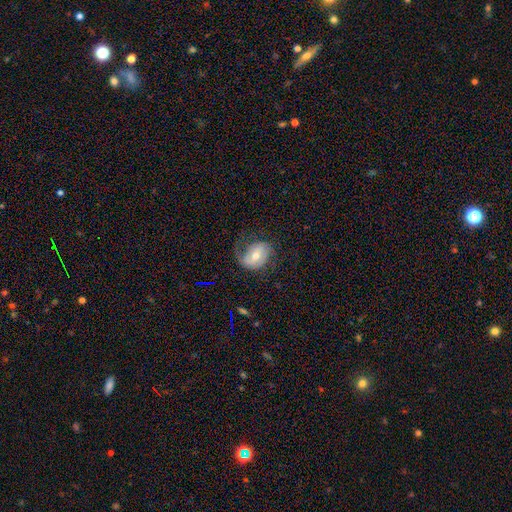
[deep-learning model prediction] Smooth or featured: featured or disk — 63% (smooth — 29%)
Edge-on disk: no — 96% (yes — 4%)
Bar: no — 42% (weak — 39%)
Spiral arms: yes — 84% (no — 16%)
Spiral winding: medium — 39% (loose — 37%)
Spiral arm count: 2 — 56% (1 — 28%)
Bulge size: moderate — 60% (small — 35%)
Merging: none — 50% (major disturbance — 24%)